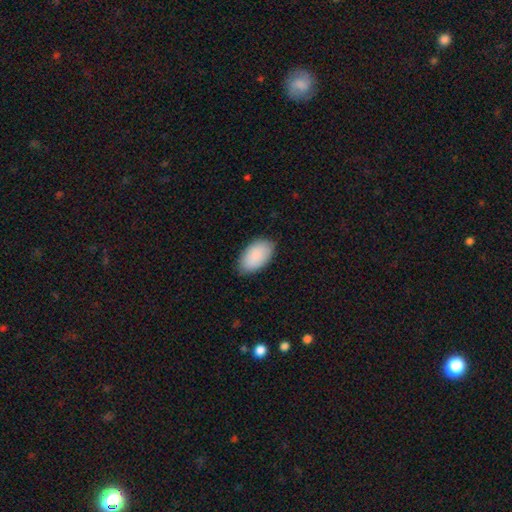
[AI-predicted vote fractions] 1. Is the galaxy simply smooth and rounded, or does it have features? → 90% smooth, 5% star or artifact, 4% featured or disk.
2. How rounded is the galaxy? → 96% in between, 3% round, 1% cigar-shaped.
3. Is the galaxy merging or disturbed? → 84% none, 13% minor disturbance, 2% major disturbance, 1% merger.